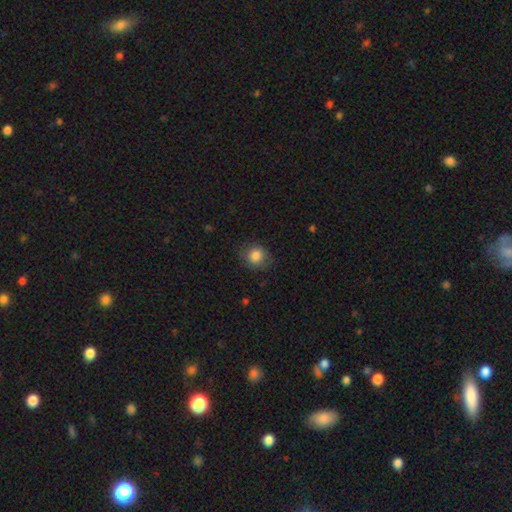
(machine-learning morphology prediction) A smooth galaxy with no disk features (84%) that is round (74%).

Vote fractions:
- Smooth or featured? smooth: 84% / star or artifact: 9% / featured or disk: 7%
- How rounded? round: 74% / in between: 25% / cigar-shaped: 1%
- Merging? none: 77% / minor disturbance: 17% / major disturbance: 5% / merger: 1%